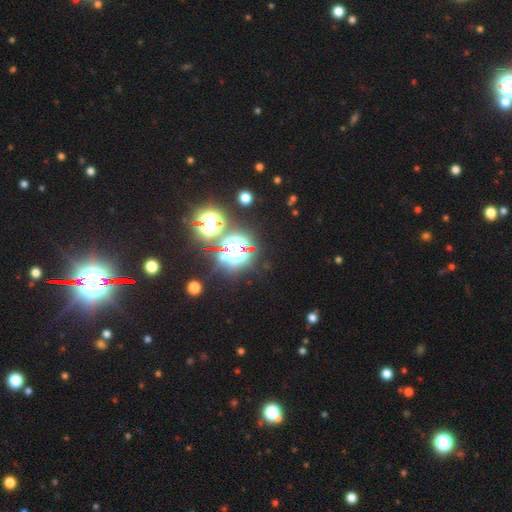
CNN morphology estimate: star or artifact 80%, smooth 13%, featured or disk 7%.